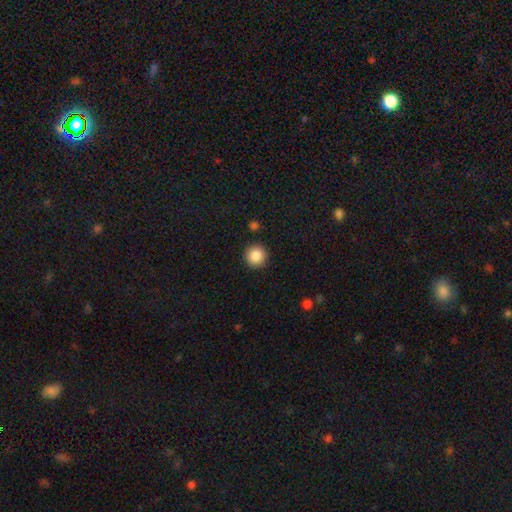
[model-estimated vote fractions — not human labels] smooth 87%, star or artifact 9%, featured or disk 4%. Down the decision tree: how rounded — round (95%); merging — none (91%).